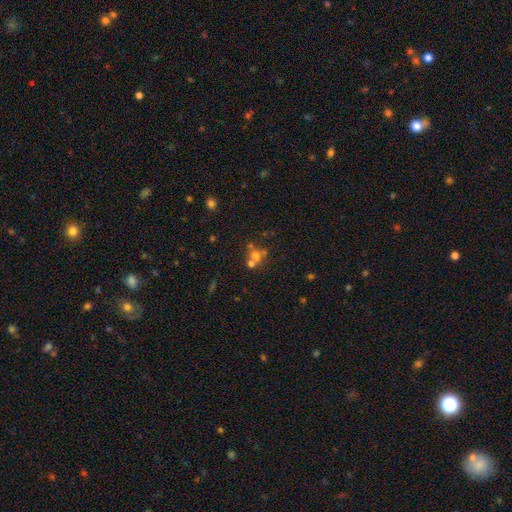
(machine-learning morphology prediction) type=smooth (56%); roundness=round (76%); merging=merger (46%).